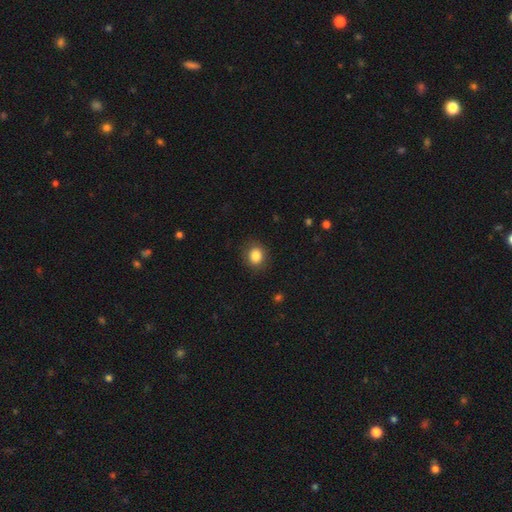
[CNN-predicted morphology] The model was most divided on "how rounded": round: 73%, in between: 26%, cigar-shaped: 1%. More confident: merging — none (86%); smooth or featured — smooth (84%).